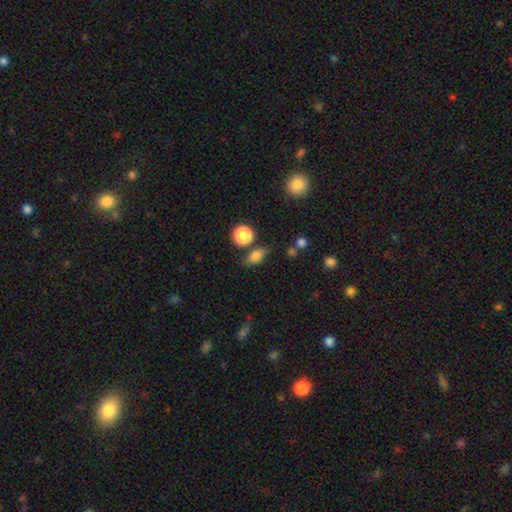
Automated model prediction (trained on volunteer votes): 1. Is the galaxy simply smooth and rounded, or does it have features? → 76% smooth, 12% featured or disk, 12% star or artifact.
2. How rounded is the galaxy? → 68% in between, 23% round, 9% cigar-shaped.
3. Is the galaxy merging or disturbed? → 70% none, 17% minor disturbance, 7% merger, 5% major disturbance.